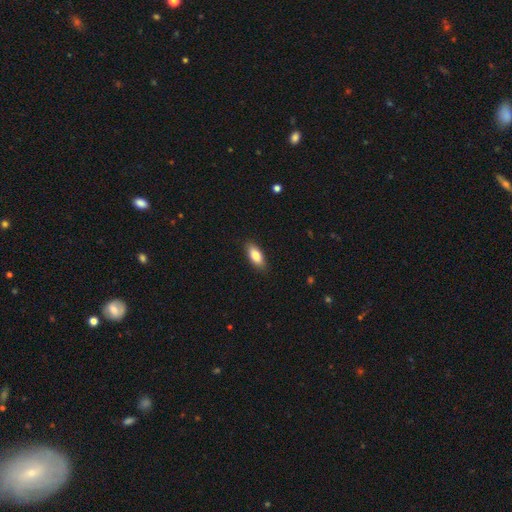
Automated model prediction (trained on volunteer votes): Smooth or featured? smooth (83%)
How rounded? in between (84%)
Merging? none (88%)